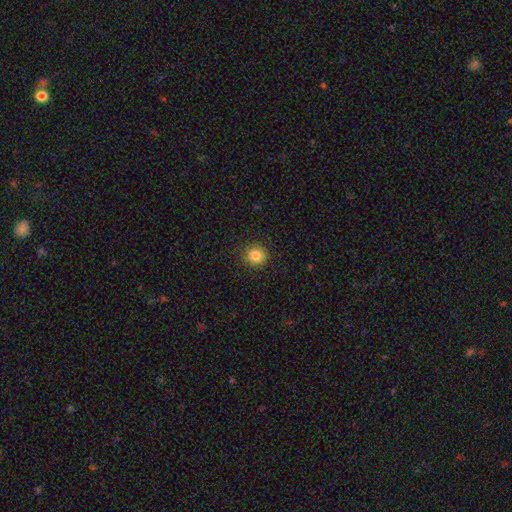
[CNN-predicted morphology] A smooth galaxy with no disk features (83%) that is round (89%).

Vote fractions:
- Smooth or featured? smooth: 83% / star or artifact: 11% / featured or disk: 6%
- How rounded? round: 89% / in between: 10% / cigar-shaped: 1%
- Merging? none: 90% / minor disturbance: 7% / major disturbance: 2% / merger: 1%